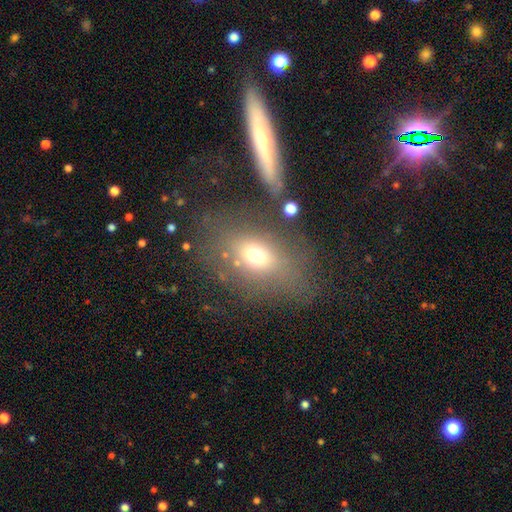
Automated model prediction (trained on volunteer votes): This appears to be a smooth galaxy with no disk features (64%) that is in between round and cigar-shaped (65%). Merging: none (57%).